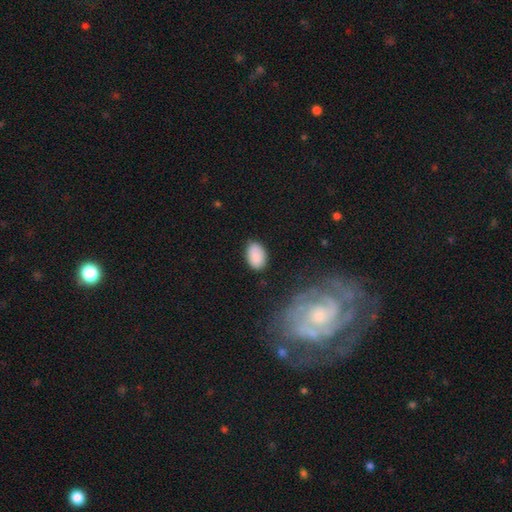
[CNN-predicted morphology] A smooth galaxy with no disk features (89%) that is in between round and cigar-shaped (90%).

Vote fractions:
- Smooth or featured? smooth: 89% / star or artifact: 7% / featured or disk: 4%
- How rounded? in between: 90% / round: 9% / cigar-shaped: 1%
- Merging? none: 83% / minor disturbance: 13% / major disturbance: 3% / merger: 2%